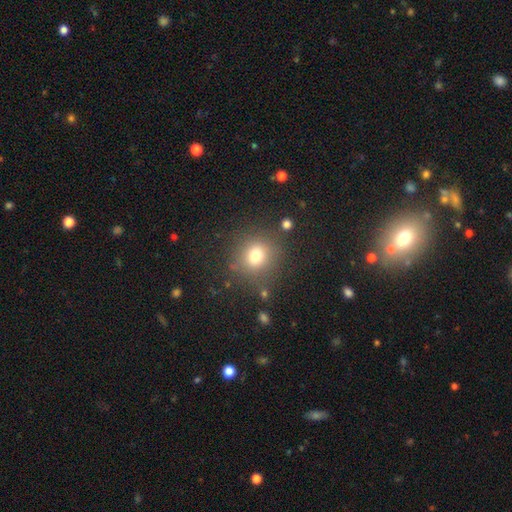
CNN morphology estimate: This appears to be a smooth galaxy with no disk features (75%) that is round (85%). Merging: none (81%).